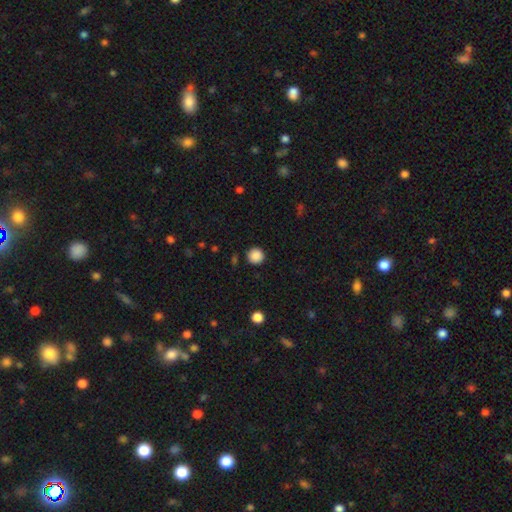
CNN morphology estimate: type=smooth (88%); roundness=round (95%); merging=none (91%).